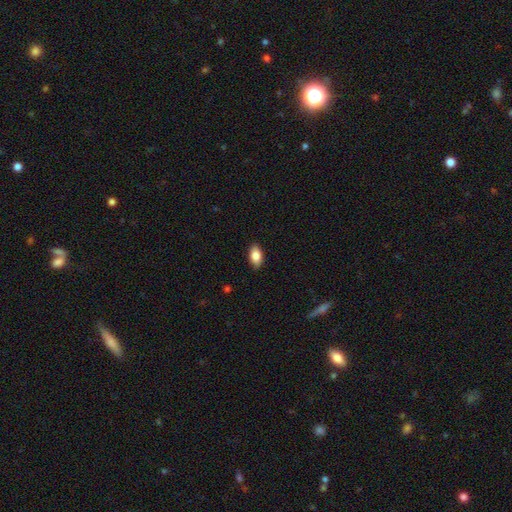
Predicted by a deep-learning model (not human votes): This is clearly a smooth galaxy (84%). How rounded: clearly in between (91%). Merging: clearly none (87%).